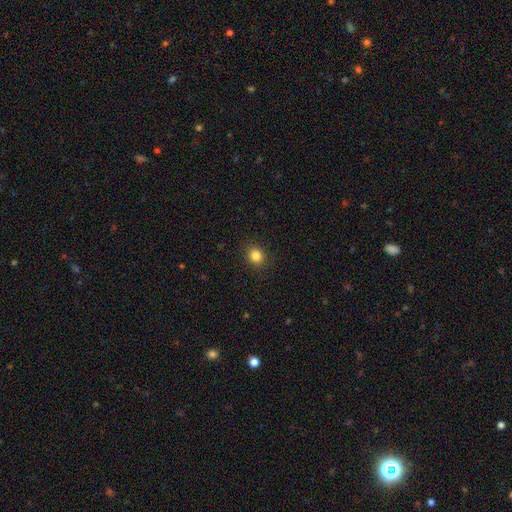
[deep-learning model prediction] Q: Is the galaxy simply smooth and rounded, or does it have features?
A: smooth — 84%.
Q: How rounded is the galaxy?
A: round — 68%.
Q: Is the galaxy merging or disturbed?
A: none — 90%.